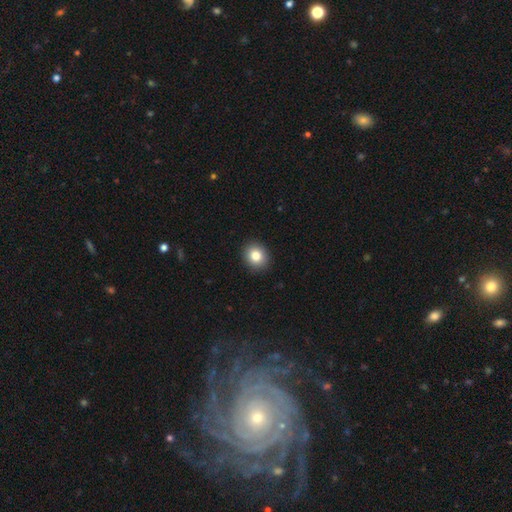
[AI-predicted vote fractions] smooth 84%, star or artifact 9%, featured or disk 7%. Down the decision tree: how rounded — round (73%); merging — none (92%).